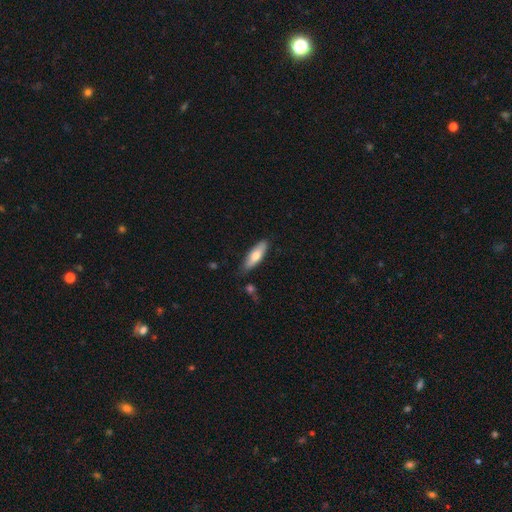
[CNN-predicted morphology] smooth 70%, featured or disk 24%, star or artifact 6%. Down the decision tree: how rounded — in between (54%); merging — none (81%).